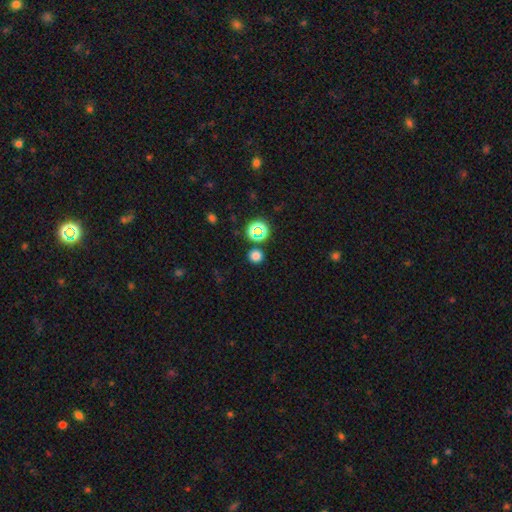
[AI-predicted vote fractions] This is likely a smooth galaxy (73%). How rounded: clearly round (91%). Merging: clearly none (84%).